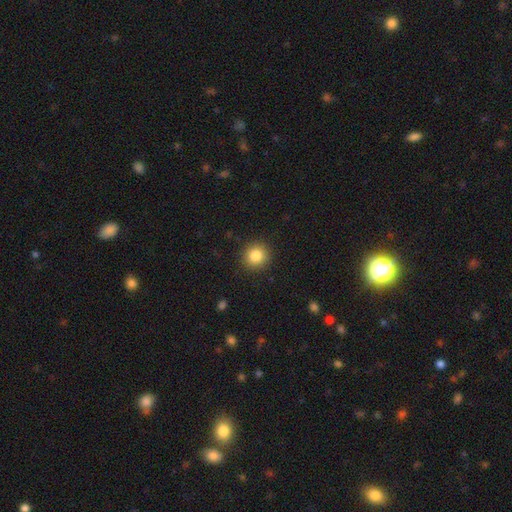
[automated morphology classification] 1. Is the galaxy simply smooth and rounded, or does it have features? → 85% smooth, 10% star or artifact, 5% featured or disk.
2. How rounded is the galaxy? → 92% round, 7% in between, 1% cigar-shaped.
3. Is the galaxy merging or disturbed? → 91% none, 6% minor disturbance, 2% major disturbance, 1% merger.